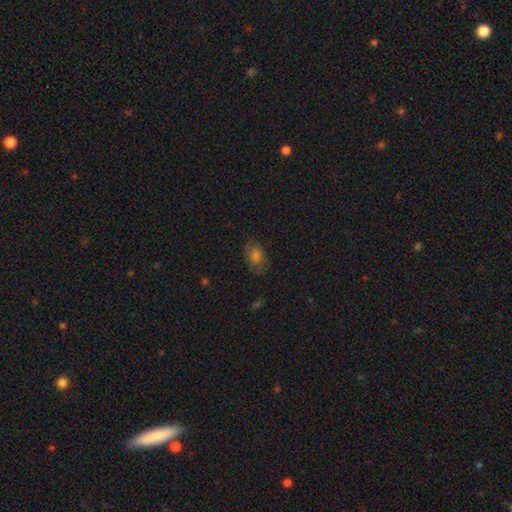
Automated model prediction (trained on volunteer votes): Overall: smooth (66%). How rounded: in between (82%). Merging: none (79%).